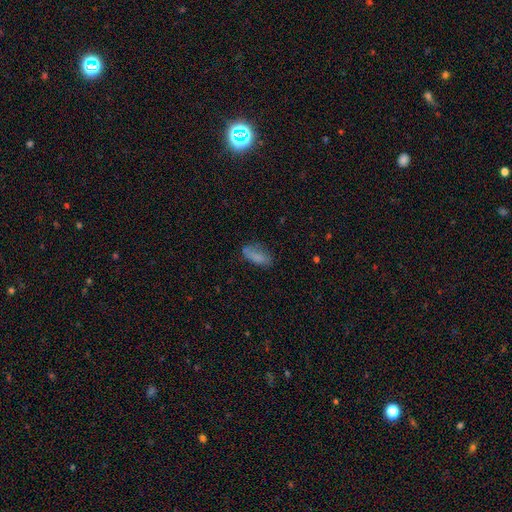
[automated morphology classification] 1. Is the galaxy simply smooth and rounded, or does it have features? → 79% smooth, 11% featured or disk, 10% star or artifact.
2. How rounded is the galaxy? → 76% in between, 21% cigar-shaped, 3% round.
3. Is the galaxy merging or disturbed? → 60% none, 26% minor disturbance, 10% major disturbance, 3% merger.